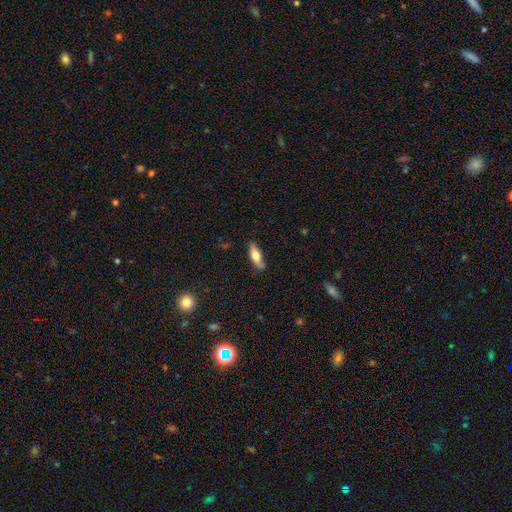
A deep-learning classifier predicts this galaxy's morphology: A smooth galaxy with no disk features (64%) that is in between round and cigar-shaped (60%).

Vote fractions:
- Smooth or featured? smooth: 64% / featured or disk: 29% / star or artifact: 6%
- How rounded? in between: 60% / cigar-shaped: 38% / round: 3%
- Merging? none: 73% / minor disturbance: 20% / major disturbance: 4% / merger: 2%